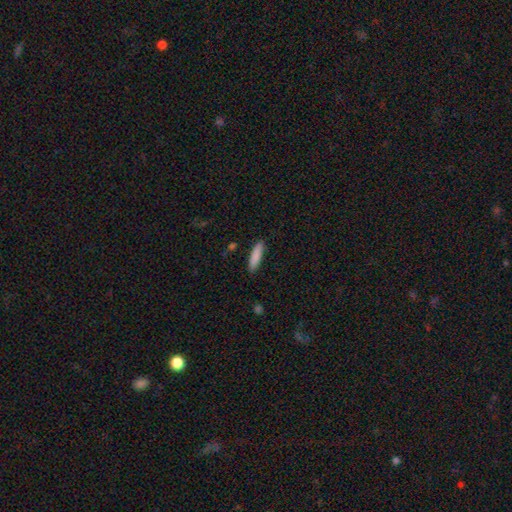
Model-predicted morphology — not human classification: Smooth or featured?
  - smooth: 87% *
  - featured or disk: 7%
  - star or artifact: 6%
How rounded?
  - cigar-shaped: 72% *
  - in between: 26%
  - round: 1%
Merging?
  - none: 88% *
  - minor disturbance: 9%
  - major disturbance: 2%
  - merger: 1%